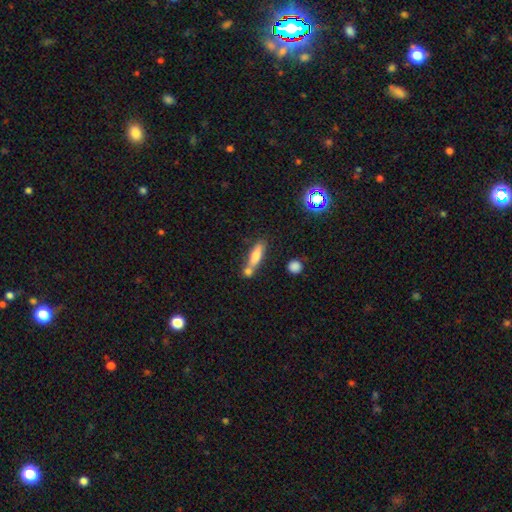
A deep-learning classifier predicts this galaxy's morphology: This is likely a smooth galaxy (71%). How rounded: likely cigar-shaped (63%). Merging: possibly none (49%).